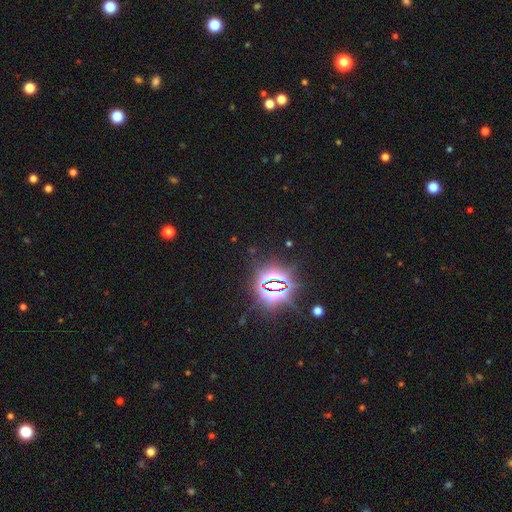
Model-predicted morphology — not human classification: Smooth or featured? Predicted: star or artifact (p=0.84).